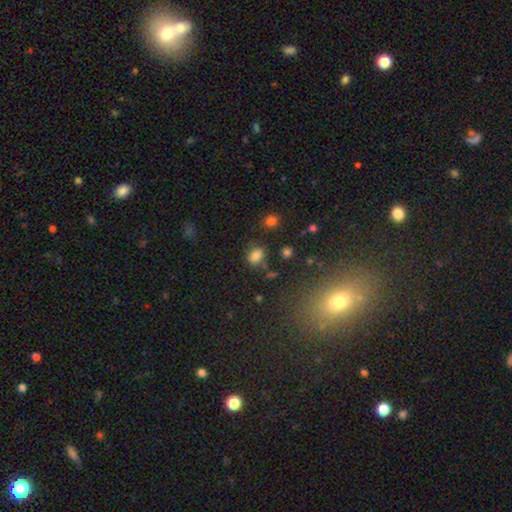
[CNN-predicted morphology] The model was most divided on "how rounded": in between: 60%, round: 38%, cigar-shaped: 2%. More confident: smooth or featured — smooth (78%); merging — none (68%).